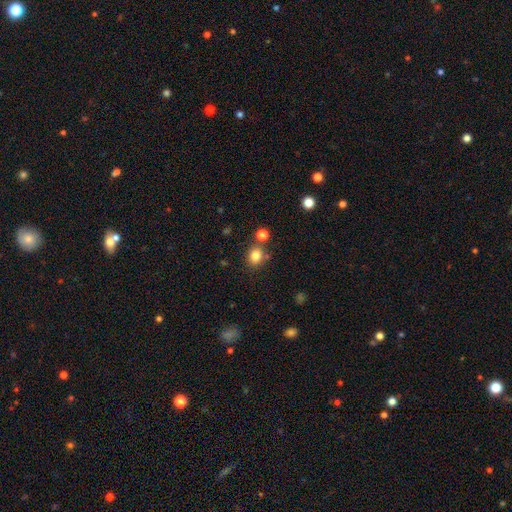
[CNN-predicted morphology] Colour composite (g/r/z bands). It shows a smooth galaxy with no disk features (82%) that is round (69%). Merging: none (74%).